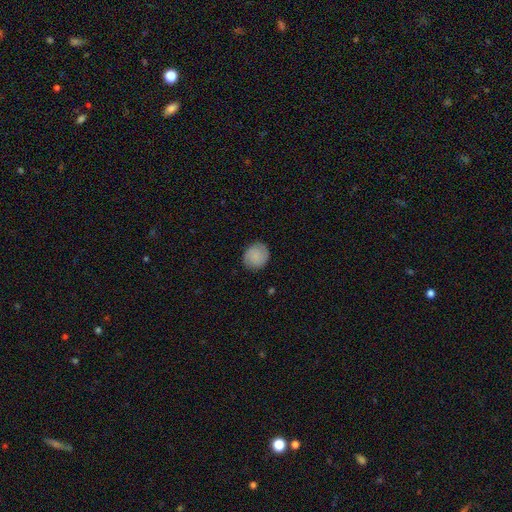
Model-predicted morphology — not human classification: This is likely a smooth galaxy (77%). How rounded: likely round (79%). Merging: clearly none (86%).